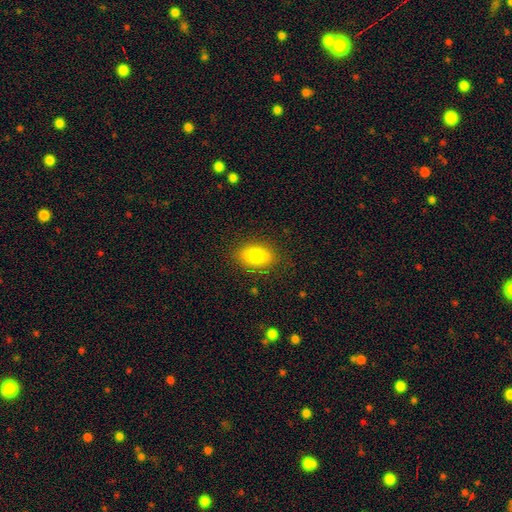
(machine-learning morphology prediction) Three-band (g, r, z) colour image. It shows a smooth galaxy with no disk features (83%) that is in between round and cigar-shaped (87%). Merging: none (85%).